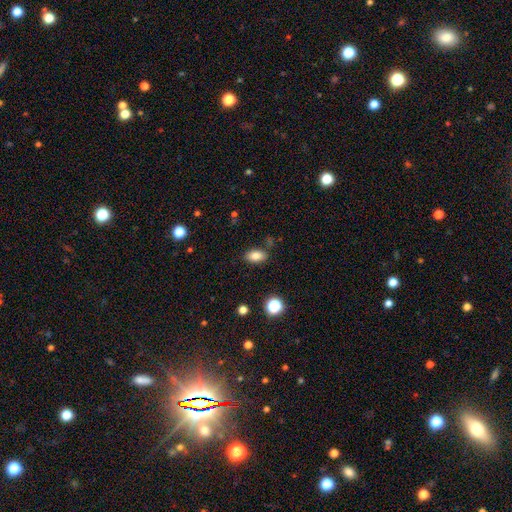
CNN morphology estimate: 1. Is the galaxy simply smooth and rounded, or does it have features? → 83% smooth, 10% star or artifact, 7% featured or disk.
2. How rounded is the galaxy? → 89% in between, 8% round, 3% cigar-shaped.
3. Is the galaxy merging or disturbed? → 84% none, 11% minor disturbance, 3% merger, 3% major disturbance.